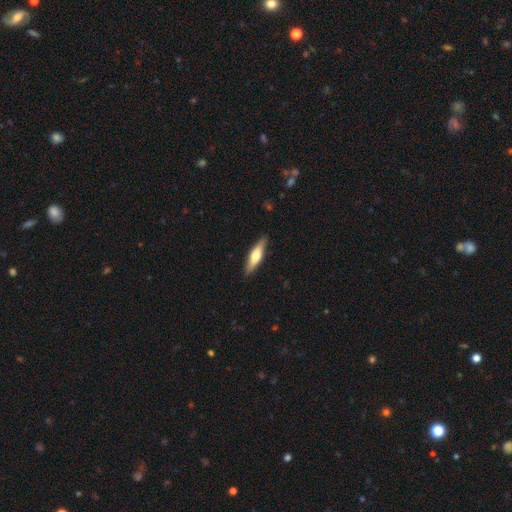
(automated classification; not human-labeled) smooth-or-featured: smooth: 54% | featured or disk: 41% | star or artifact: 5%
  how-rounded: cigar-shaped: 74% | in between: 24% | round: 2%
  merging: none: 87% | minor disturbance: 10% | major disturbance: 2% | merger: 1%